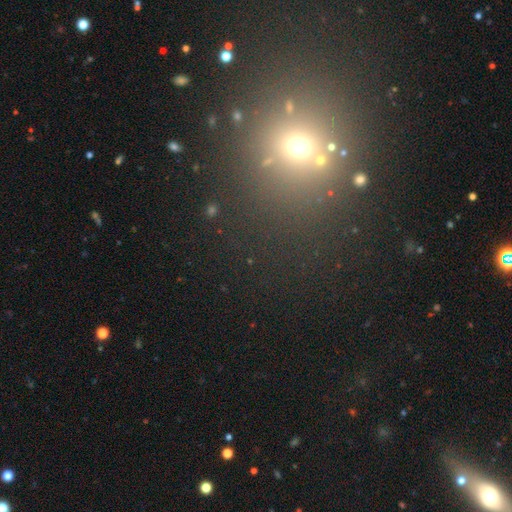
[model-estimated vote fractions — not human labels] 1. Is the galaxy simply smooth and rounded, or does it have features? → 53% star or artifact, 36% smooth, 12% featured or disk.